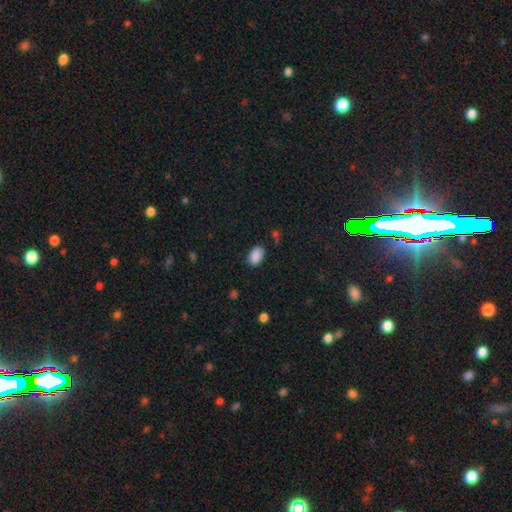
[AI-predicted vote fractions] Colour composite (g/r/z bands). It shows a smooth galaxy with no disk features (88%) that is in between round and cigar-shaped (85%). Merging: none (81%).